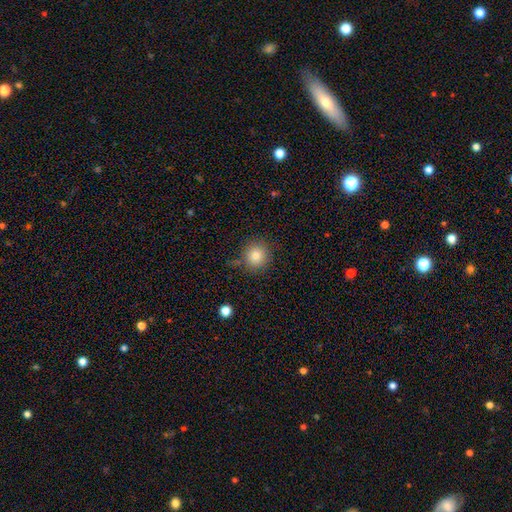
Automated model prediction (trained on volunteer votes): This is clearly a smooth galaxy (83%). How rounded: clearly round (92%). Merging: clearly none (83%).